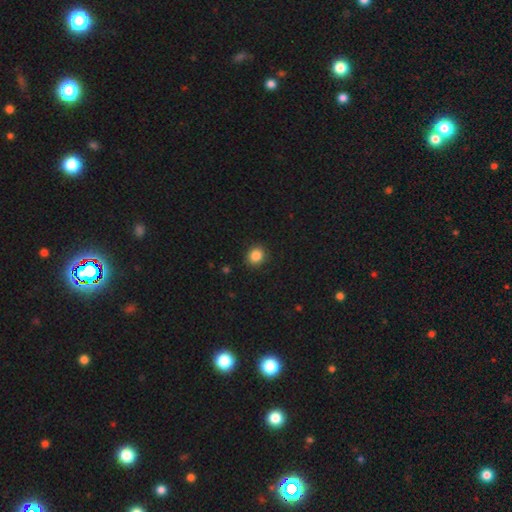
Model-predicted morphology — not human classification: A smooth galaxy with no disk features (86%) that is round (78%). Merging: none (90%).